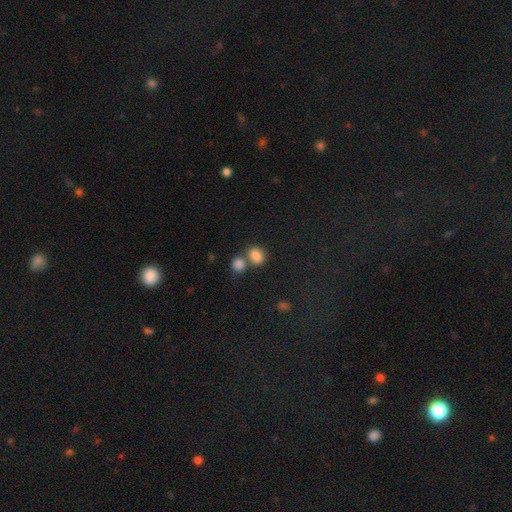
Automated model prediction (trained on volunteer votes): Overall: smooth (83%). How rounded: in between (58%; round 41%). Merging: none (45%; merger 42%).